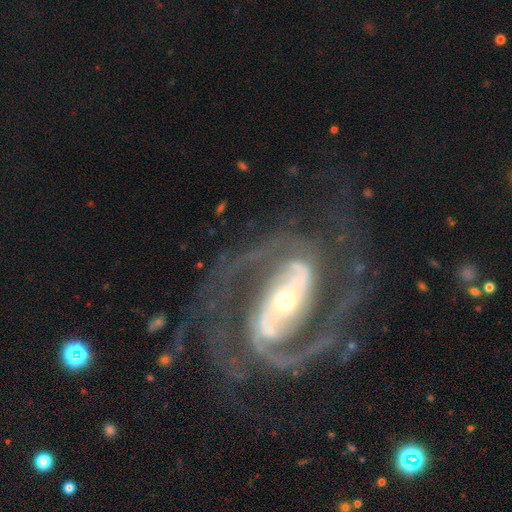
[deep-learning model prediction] Morphology: type=featured or disk (93%); edge-on=no (97%); bar=strong (59%); spiral arms=yes (98%); winding=medium (56%); arm count=2 (87%); bulge=small (50%); merging=none (68%).